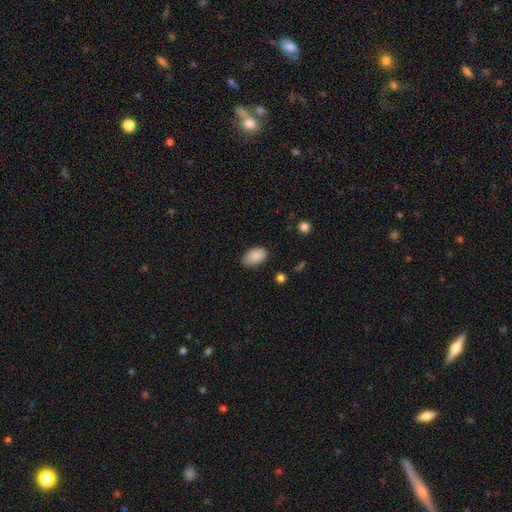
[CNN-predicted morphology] smooth_or_featured: smooth (p=0.88) [alt: star or artifact p=0.07]
how_rounded: in between (p=0.92) [alt: round p=0.07]
merging: none (p=0.77) [alt: minor disturbance p=0.18]